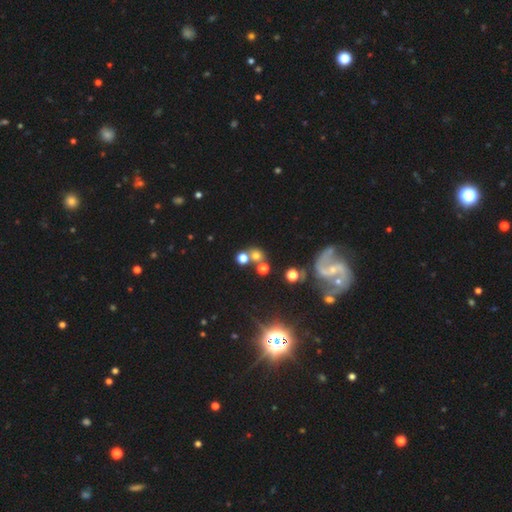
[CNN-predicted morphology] Q: Smooth or featured?
A: smooth (59%); runner-up: star or artifact (27%)
Q: How rounded?
A: round (85%); runner-up: in between (14%)
Q: Merging?
A: none (58%); runner-up: merger (27%)